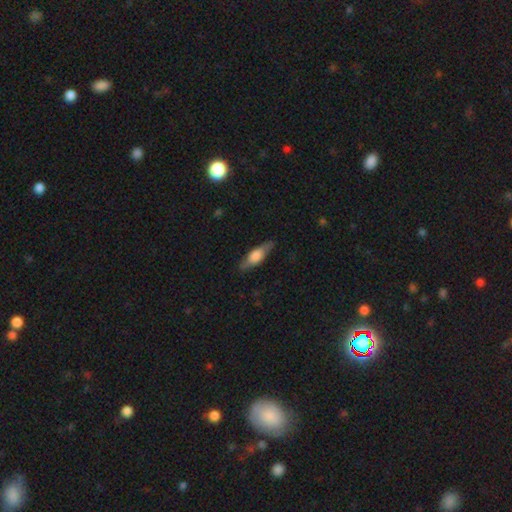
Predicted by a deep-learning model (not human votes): Smooth or featured?
  - smooth: 55% *
  - featured or disk: 39%
  - star or artifact: 6%
How rounded?
  - cigar-shaped: 50% *
  - in between: 47%
  - round: 3%
Merging?
  - none: 80% *
  - minor disturbance: 15%
  - major disturbance: 3%
  - merger: 1%